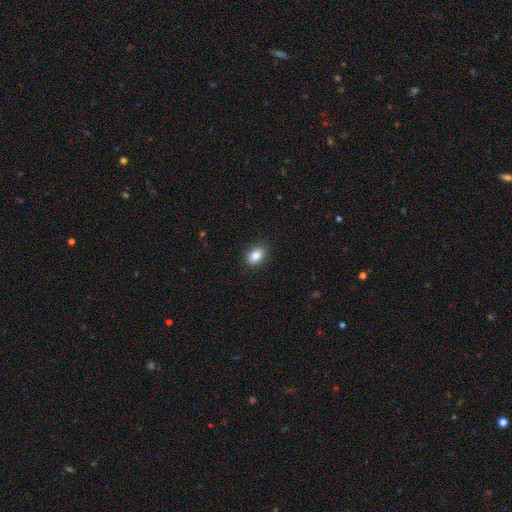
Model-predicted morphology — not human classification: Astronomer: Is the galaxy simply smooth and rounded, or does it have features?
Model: smooth — 85%.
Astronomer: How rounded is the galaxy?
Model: in between — 73%.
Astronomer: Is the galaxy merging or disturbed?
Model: none — 89%.